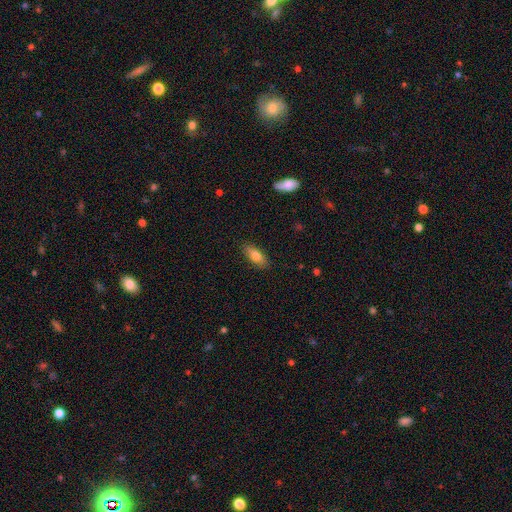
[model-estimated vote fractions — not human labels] Morphology: type=smooth (78%); roundness=in between (79%); merging=none (87%).